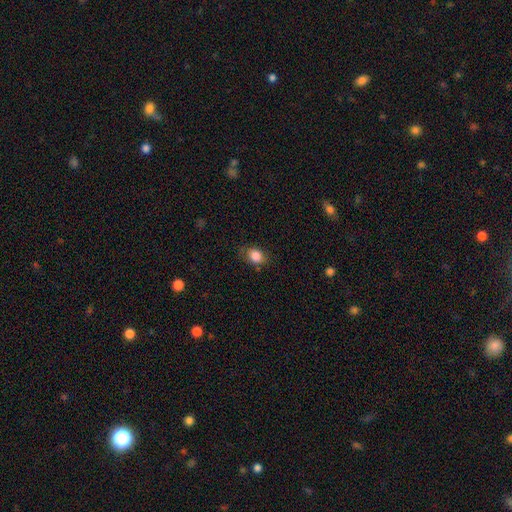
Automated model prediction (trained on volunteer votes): Overall: smooth (84%). How rounded: in between (58%; round 41%). Merging: none (73%).